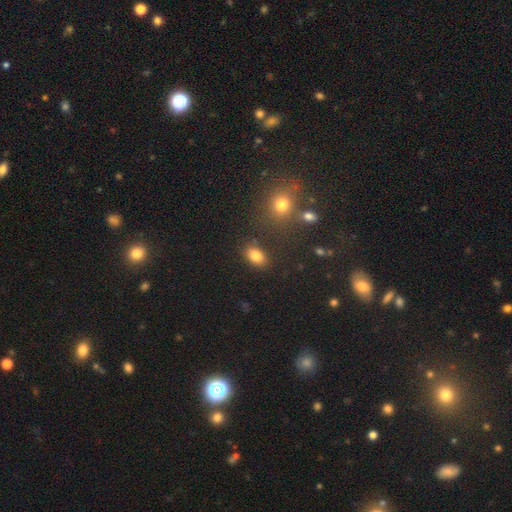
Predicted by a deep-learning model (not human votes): Morphology: type=smooth (83%); roundness=in between (80%); merging=none (81%).